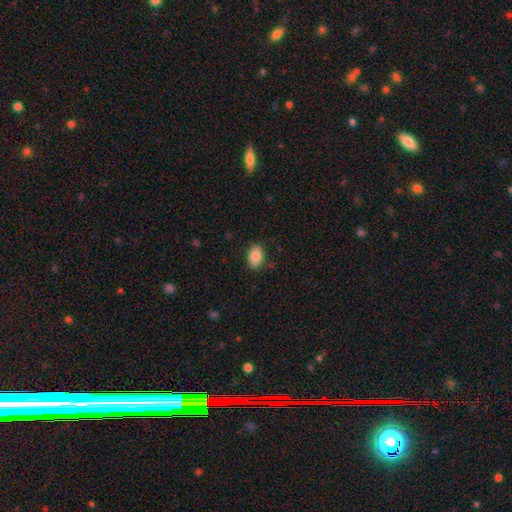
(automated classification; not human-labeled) This is clearly a smooth galaxy (83%). How rounded: clearly in between (85%). Merging: clearly none (85%).